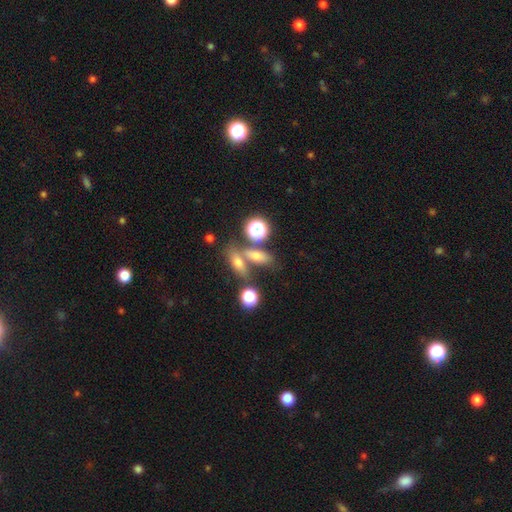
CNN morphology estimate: The model was most divided on "merging": none: 51%, merger: 32%, minor disturbance: 11%, major disturbance: 6%. More confident: how rounded — in between (59%); smooth or featured — smooth (58%).